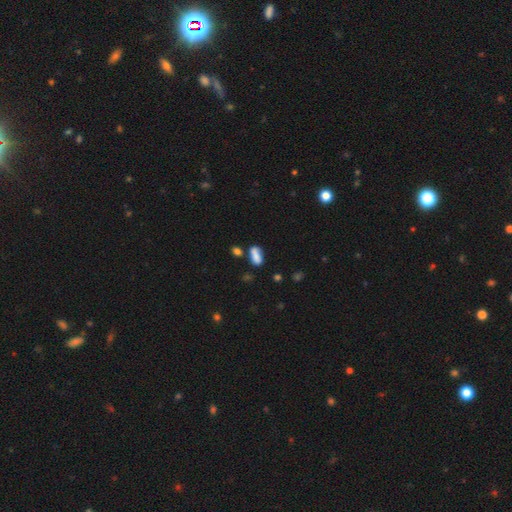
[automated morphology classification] The model was most divided on "merging": none: 46%, merger: 29%, minor disturbance: 19%, major disturbance: 7%. More confident: how rounded — in between (82%); smooth or featured — smooth (77%).